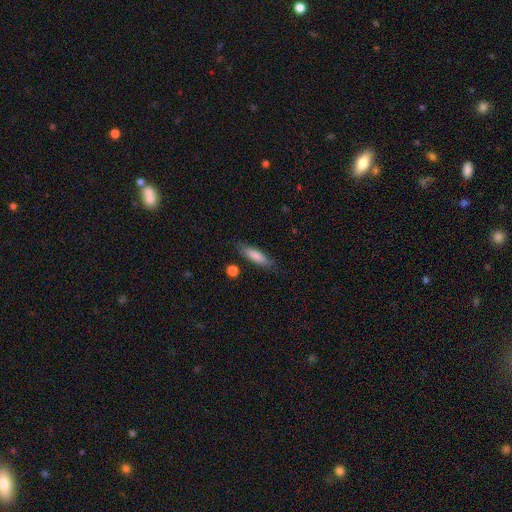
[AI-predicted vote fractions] A smooth galaxy with no disk features (79%) that is cigar-shaped (69%). Merging: none (79%).